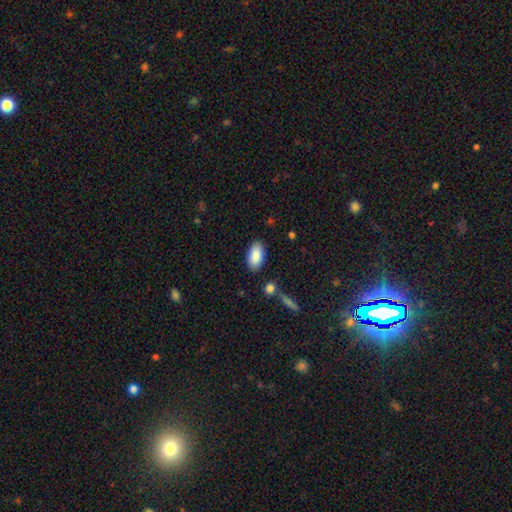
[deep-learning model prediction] A smooth galaxy with no disk features (87%) that is in between round and cigar-shaped (94%).

Vote fractions:
- Smooth or featured? smooth: 87% / featured or disk: 7% / star or artifact: 6%
- How rounded? in between: 94% / cigar-shaped: 3% / round: 3%
- Merging? none: 85% / minor disturbance: 10% / merger: 3% / major disturbance: 2%